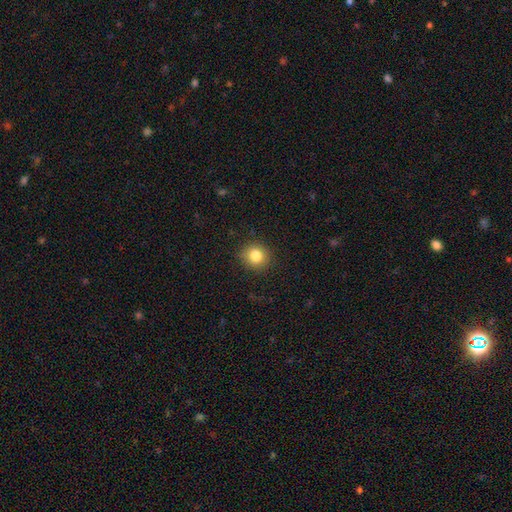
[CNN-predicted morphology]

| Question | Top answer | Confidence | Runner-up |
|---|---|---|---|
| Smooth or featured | smooth | 83% | star or artifact (11%) |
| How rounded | round | 89% | in between (10%) |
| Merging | none | 88% | minor disturbance (8%) |